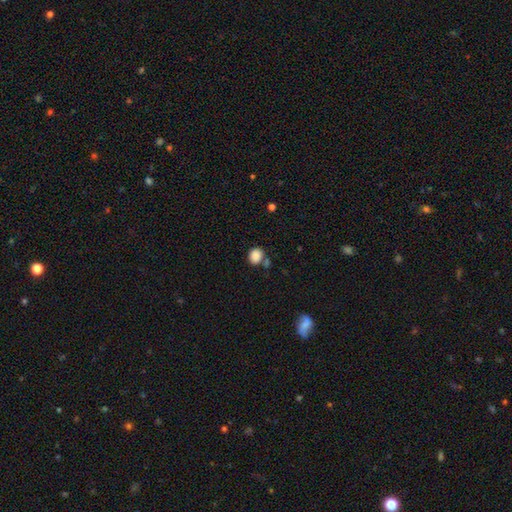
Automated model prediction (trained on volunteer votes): smooth_or_featured: smooth (p=0.87) [alt: star or artifact p=0.09]
how_rounded: round (p=0.58) [alt: in between p=0.41]
merging: none (p=0.66) [alt: merger p=0.15]